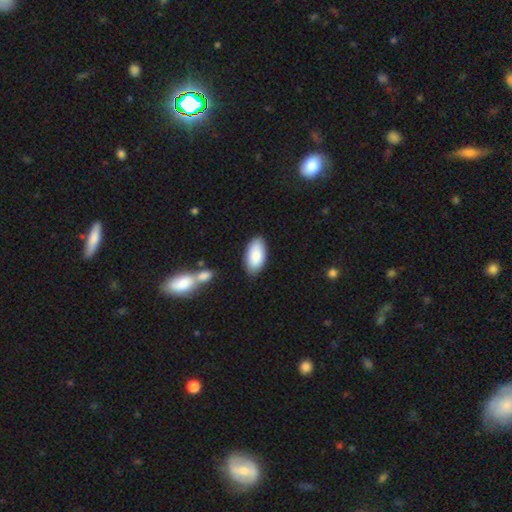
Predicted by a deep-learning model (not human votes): Smooth or featured? smooth (87%)
How rounded? in between (94%)
Merging? none (84%)